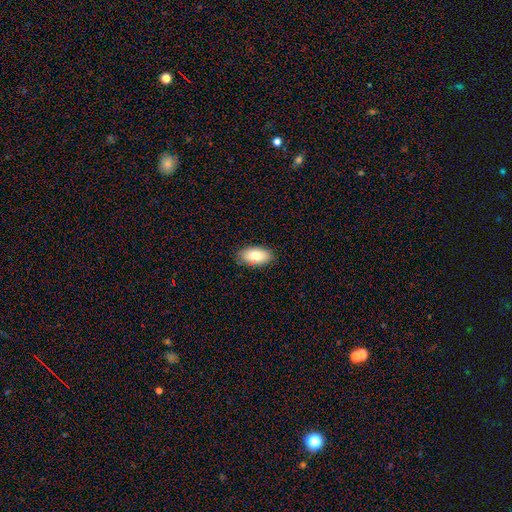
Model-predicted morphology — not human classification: A smooth galaxy with no disk features (81%) that is in between round and cigar-shaped (93%).

Vote fractions:
- Smooth or featured? smooth: 81% / featured or disk: 12% / star or artifact: 7%
- How rounded? in between: 93% / cigar-shaped: 4% / round: 3%
- Merging? none: 86% / minor disturbance: 11% / major disturbance: 2% / merger: 1%